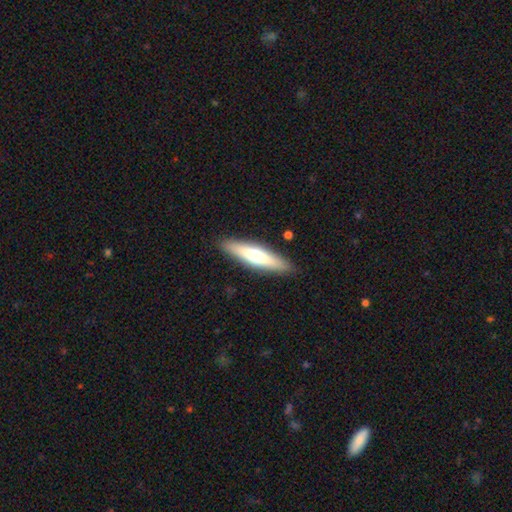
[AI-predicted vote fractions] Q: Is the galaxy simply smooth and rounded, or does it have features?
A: smooth — 54%.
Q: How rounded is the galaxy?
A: cigar-shaped — 76%.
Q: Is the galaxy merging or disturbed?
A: none — 89%.